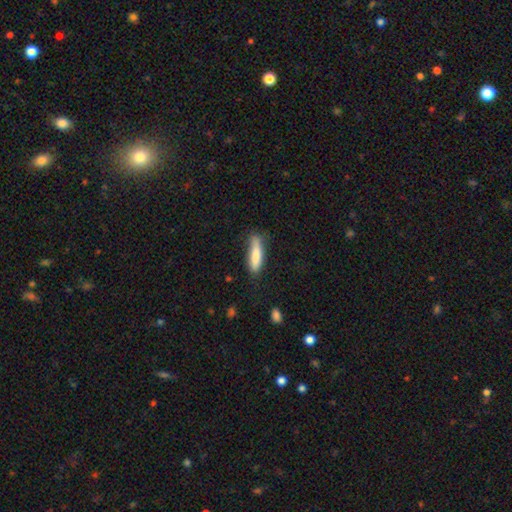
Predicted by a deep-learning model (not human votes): The model was most divided on "how rounded": cigar-shaped: 72%, in between: 27%, round: 1%. More confident: smooth or featured — smooth (79%); merging — none (72%).